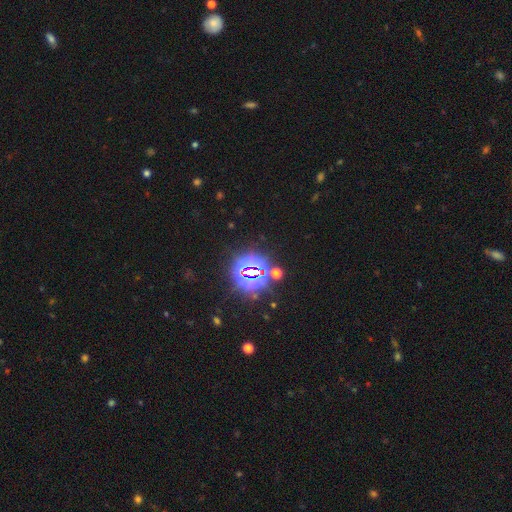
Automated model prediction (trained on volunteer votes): star or artifact 80%, smooth 12%, featured or disk 8%.